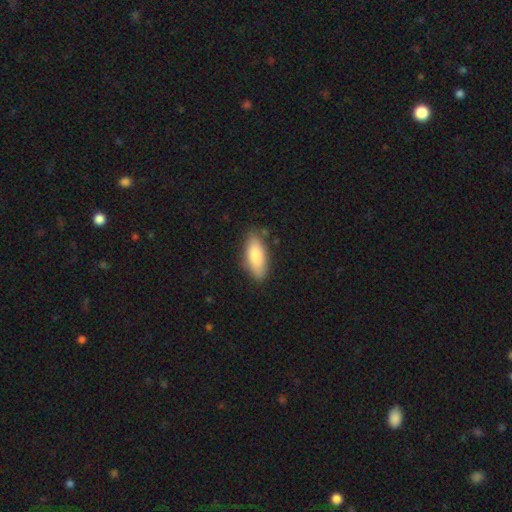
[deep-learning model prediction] A smooth galaxy with no disk features (84%) that is in between round and cigar-shaped (76%). Merging: none (80%).